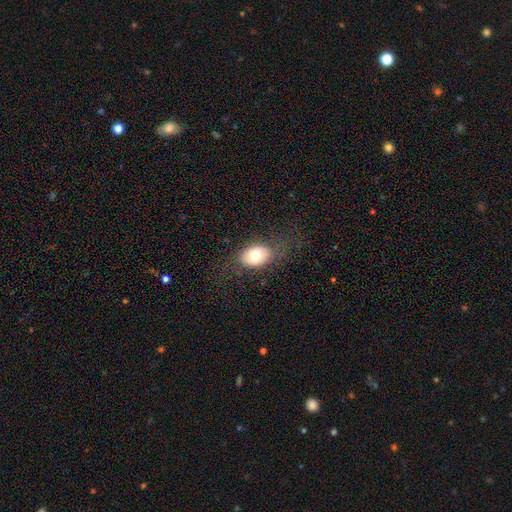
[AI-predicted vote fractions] Q: Smooth or featured?
A: smooth (72%); runner-up: featured or disk (19%)
Q: How rounded?
A: in between (75%); runner-up: round (23%)
Q: Merging?
A: none (75%); runner-up: minor disturbance (15%)